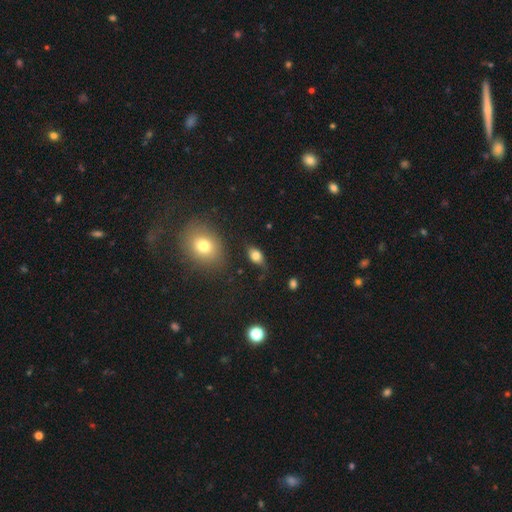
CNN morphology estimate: Q: Smooth or featured?
A: smooth (78%); runner-up: featured or disk (12%)
Q: How rounded?
A: in between (85%); runner-up: round (12%)
Q: Merging?
A: none (67%); runner-up: minor disturbance (23%)